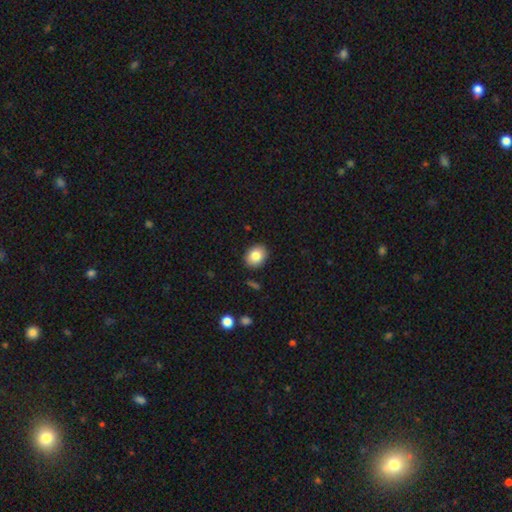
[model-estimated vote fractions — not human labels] smooth-or-featured: smooth: 83% | featured or disk: 9% | star or artifact: 9%
  how-rounded: round: 51% | in between: 48% | cigar-shaped: 1%
  merging: none: 89% | minor disturbance: 8% | major disturbance: 2% | merger: 1%